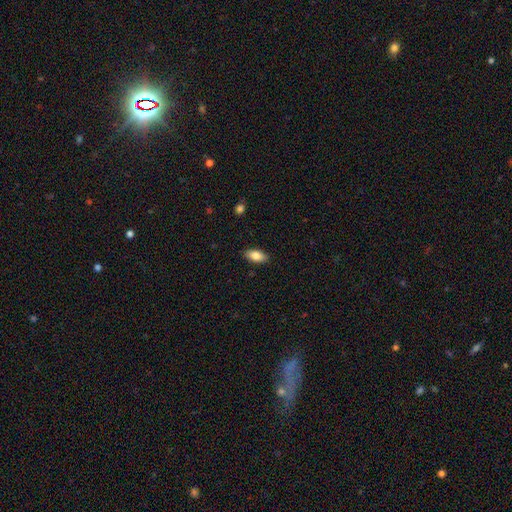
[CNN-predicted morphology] Smooth or featured? smooth (83%)
How rounded? in between (90%)
Merging? none (88%)